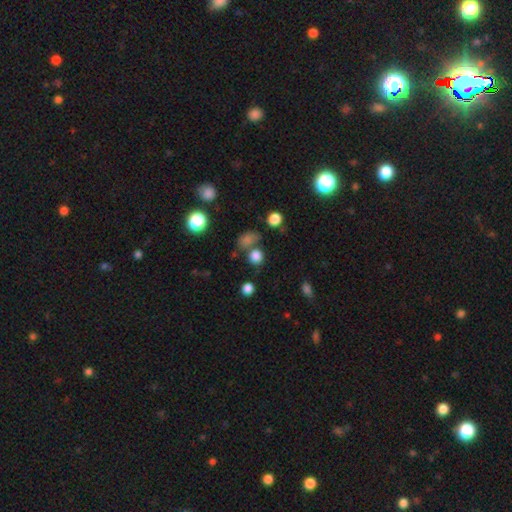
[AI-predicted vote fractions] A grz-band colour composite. It shows a smooth galaxy with no disk features (79%) that is round (82%). Merging: none (66%).